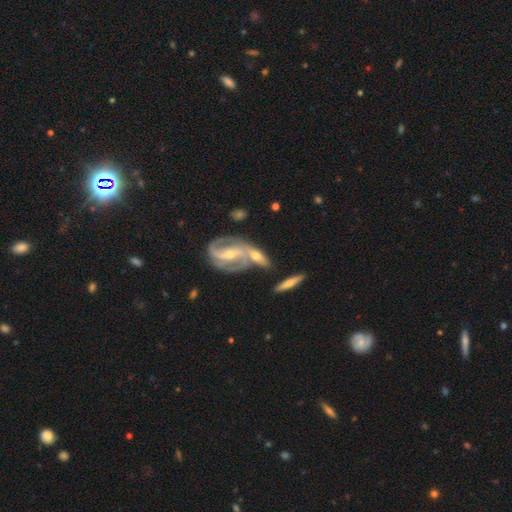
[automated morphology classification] Smooth or featured? Predicted: featured or disk (p=0.77). Edge-on disk? Predicted: no (p=0.87). Bar? Predicted: weak (p=0.40). Spiral arms? Predicted: yes (p=0.92). Spiral winding? Predicted: medium (p=0.51). Spiral arm count? Predicted: 2 (p=0.67). Bulge size? Predicted: small (p=0.53). Merging? Predicted: merger (p=0.41, tied with none).